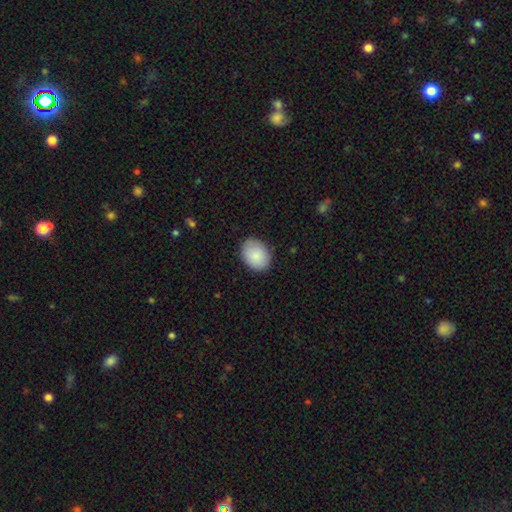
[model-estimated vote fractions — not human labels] Overall: smooth (88%). How rounded: in between (66%; round 33%). Merging: none (85%).